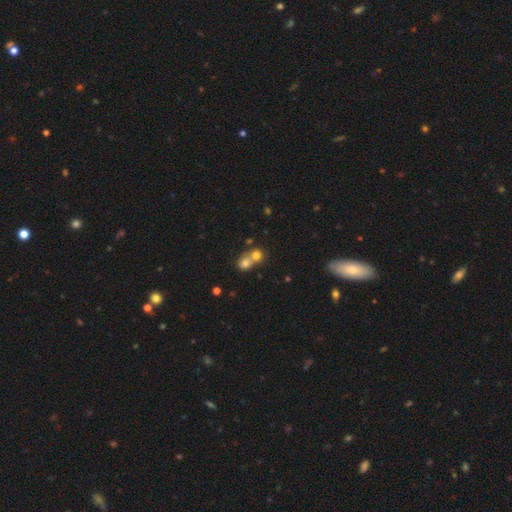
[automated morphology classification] Smooth or featured? smooth (73%)
How rounded? round (79%)
Merging? merger (64%)